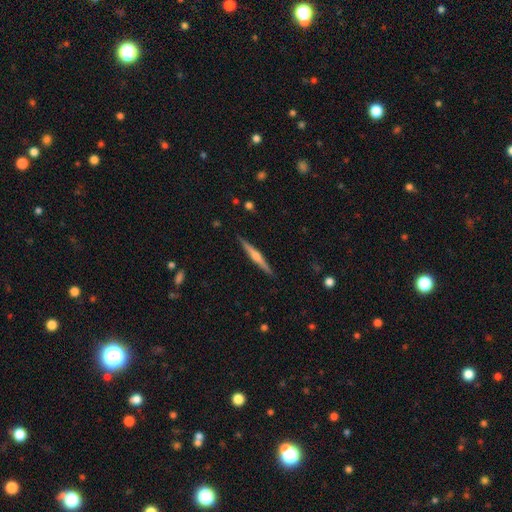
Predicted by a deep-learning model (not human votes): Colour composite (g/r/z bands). It shows a featured or disk galaxy (73%) viewed edge-on (98%) with a rounded central bulge (82%). Merging: none (92%).